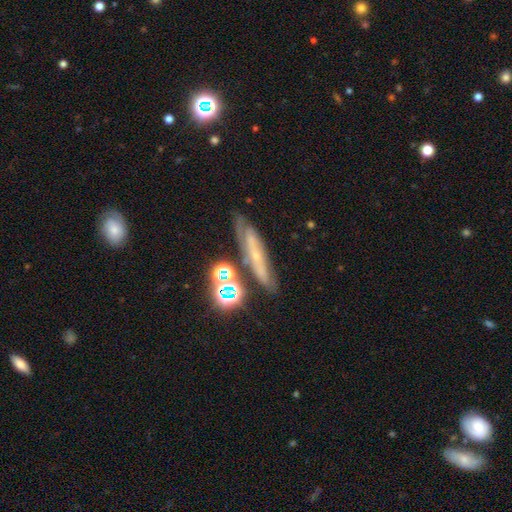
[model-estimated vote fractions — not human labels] Smooth or featured? Predicted: featured or disk (p=0.49). Merging? Predicted: none (p=0.62).